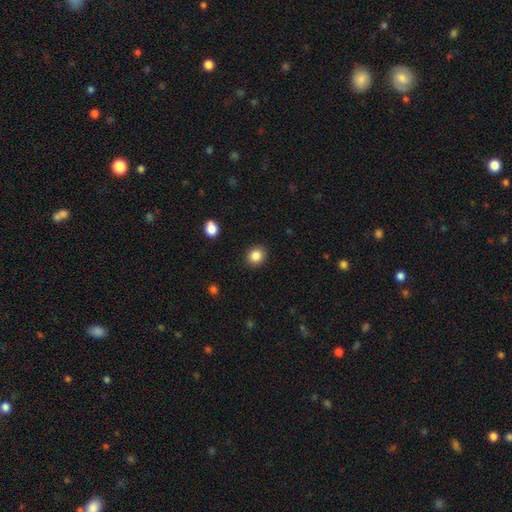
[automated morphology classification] Smooth or featured?
  - smooth: 86% *
  - star or artifact: 10%
  - featured or disk: 4%
How rounded?
  - round: 75% *
  - in between: 24%
  - cigar-shaped: 1%
Merging?
  - none: 90% *
  - minor disturbance: 6%
  - major disturbance: 2%
  - merger: 1%